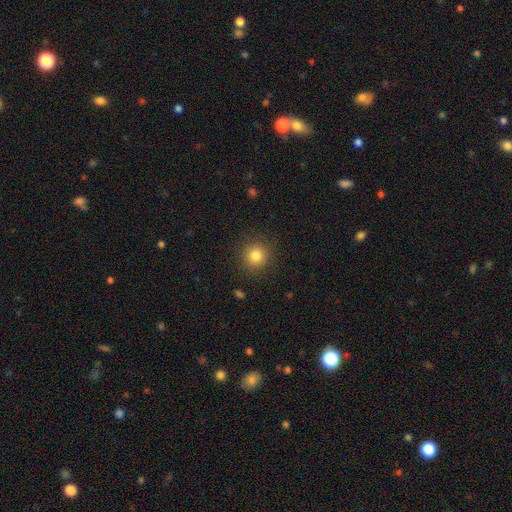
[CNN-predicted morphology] Q: Smooth or featured?
A: smooth (81%); runner-up: star or artifact (12%)
Q: How rounded?
A: round (93%); runner-up: in between (6%)
Q: Merging?
A: none (89%); runner-up: minor disturbance (7%)